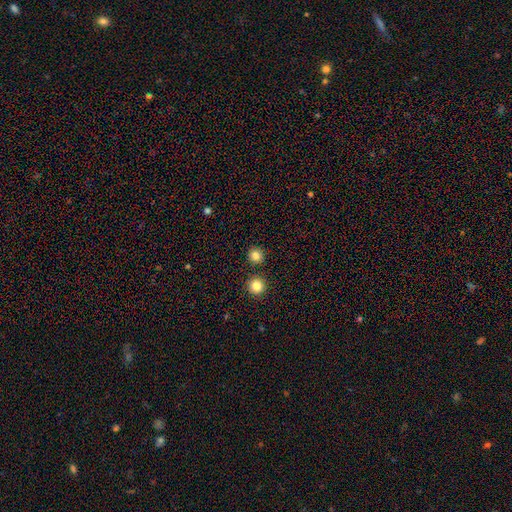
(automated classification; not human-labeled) smooth-or-featured: smooth: 82% | star or artifact: 13% | featured or disk: 5%
  how-rounded: round: 93% | in between: 6% | cigar-shaped: 1%
  merging: none: 87% | minor disturbance: 6% | merger: 5% | major disturbance: 2%